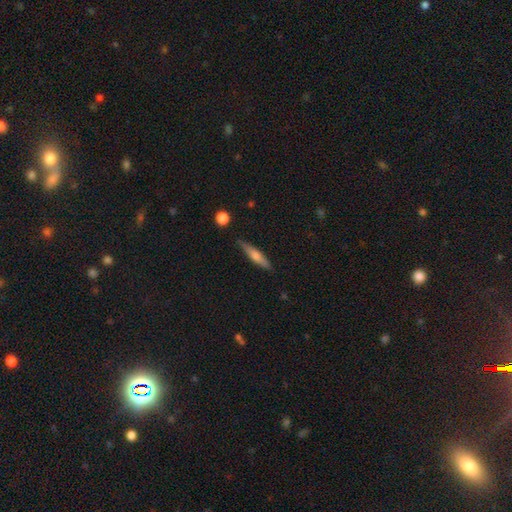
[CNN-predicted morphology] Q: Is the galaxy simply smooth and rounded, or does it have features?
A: featured or disk — 48%.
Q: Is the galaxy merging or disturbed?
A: none — 86%.